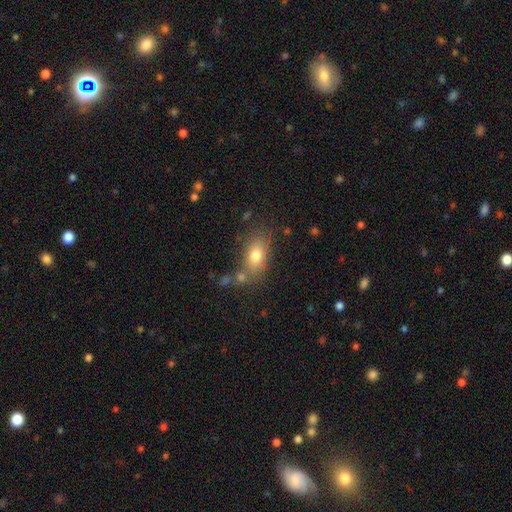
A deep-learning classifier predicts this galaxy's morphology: Smooth or featured? Predicted: smooth (p=0.75). How rounded? Predicted: in between (p=0.83). Merging? Predicted: none (p=0.66).